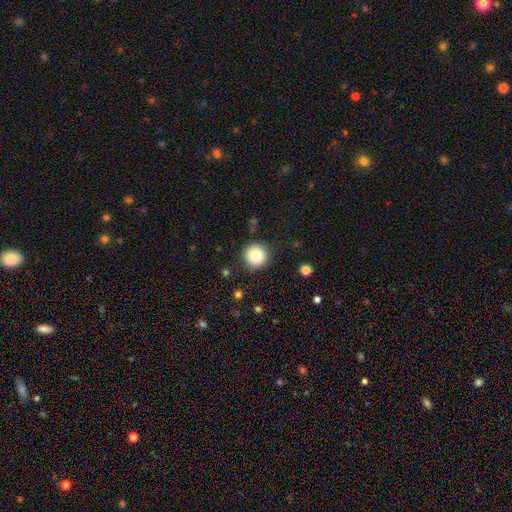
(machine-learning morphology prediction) Smooth or featured: smooth — 84% (star or artifact — 10%)
How rounded: round — 95% (in between — 4%)
Merging: none — 89% (minor disturbance — 7%)